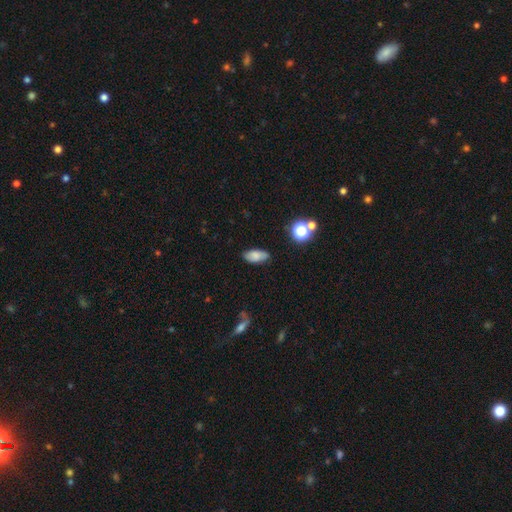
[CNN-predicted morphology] This appears to be a smooth galaxy with no disk features (77%) that is in between round and cigar-shaped (88%). Merging: none (81%).